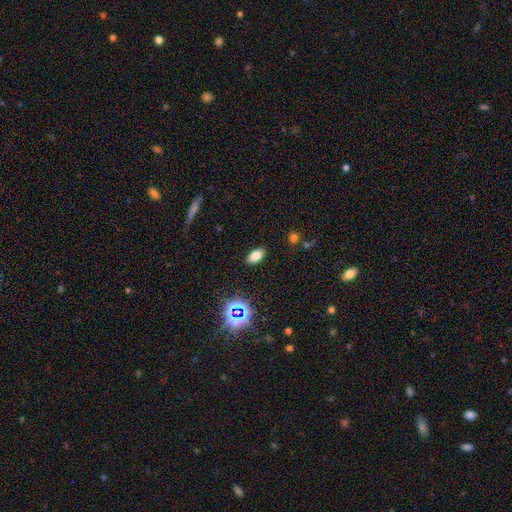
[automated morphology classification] A smooth galaxy with no disk features (75%) that is in between round and cigar-shaped (90%). Merging: none (88%).